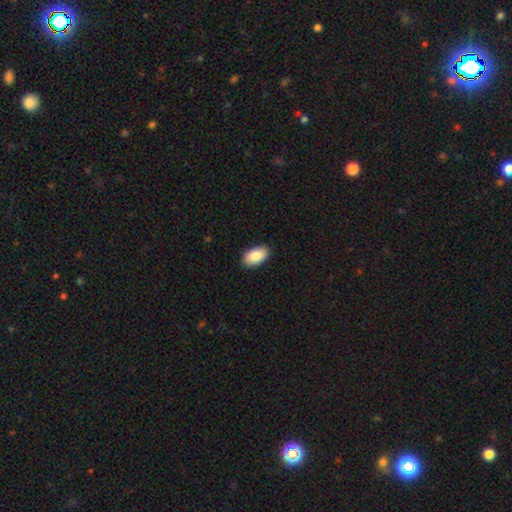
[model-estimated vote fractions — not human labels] Morphology: type=smooth (86%); roundness=in between (94%); merging=none (89%).